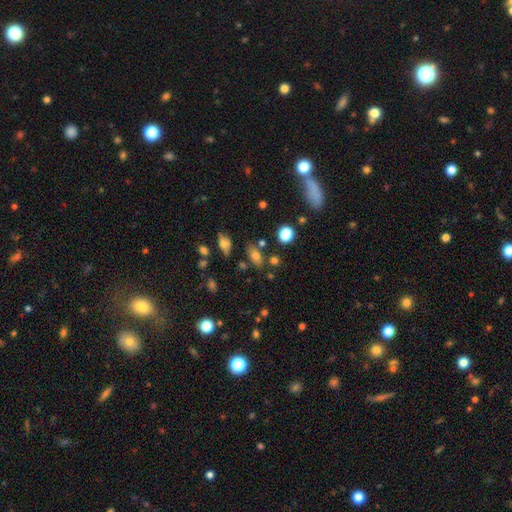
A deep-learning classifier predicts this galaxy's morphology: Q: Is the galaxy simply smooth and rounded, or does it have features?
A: smooth — 70%.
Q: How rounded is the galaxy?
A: in between — 81%.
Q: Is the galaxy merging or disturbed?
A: none — 72%.